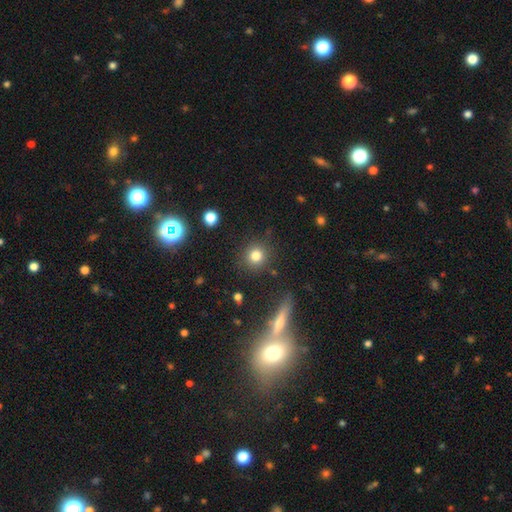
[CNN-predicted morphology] This appears to be a smooth galaxy with no disk features (80%) that is round (89%). Merging: none (87%).